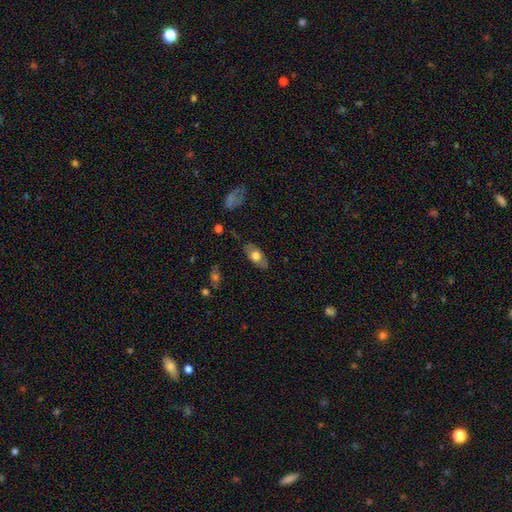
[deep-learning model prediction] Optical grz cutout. It shows a smooth galaxy with no disk features (64%) that is in between round and cigar-shaped (88%). Merging: none (80%).